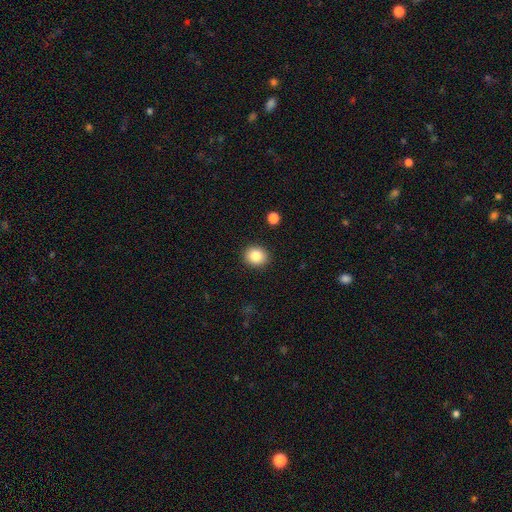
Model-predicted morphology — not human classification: The model was most divided on "how rounded": round: 73%, in between: 26%, cigar-shaped: 1%. More confident: merging — none (90%); smooth or featured — smooth (85%).